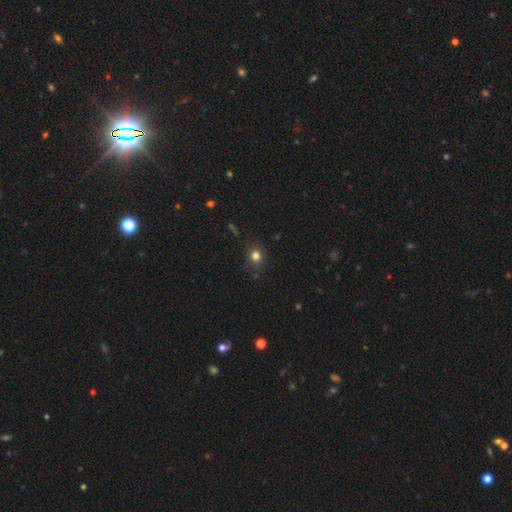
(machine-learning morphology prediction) A smooth galaxy with no disk features (76%) that is round (79%). Merging: none (84%).